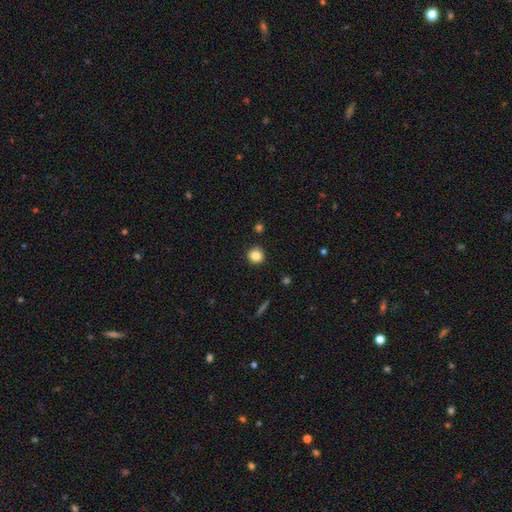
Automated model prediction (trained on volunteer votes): A smooth galaxy with no disk features (84%) that is round (94%). Merging: none (91%).